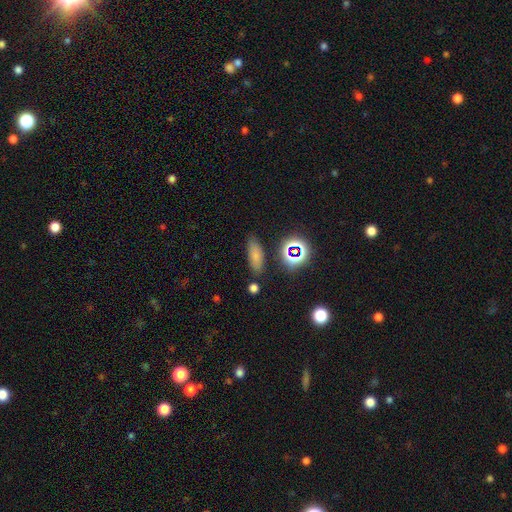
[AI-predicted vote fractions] smooth_or_featured: smooth (p=0.71) [alt: star or artifact p=0.18]
how_rounded: in between (p=0.66) [alt: cigar-shaped p=0.27]
merging: none (p=0.80) [alt: minor disturbance p=0.12]